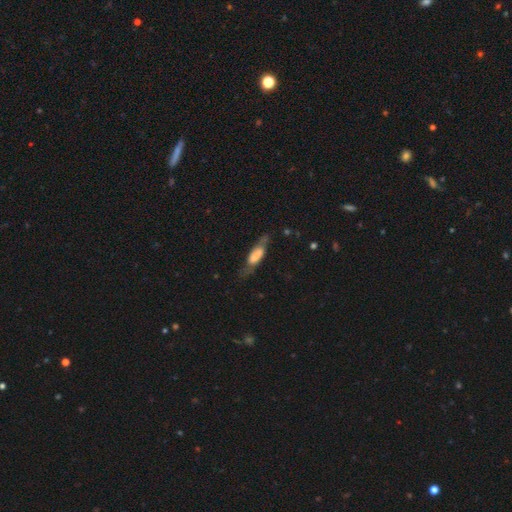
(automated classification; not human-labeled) The model was most divided on "how rounded": cigar-shaped: 55%, in between: 43%, round: 2%. More confident: merging — none (54%); smooth or featured — smooth (53%).